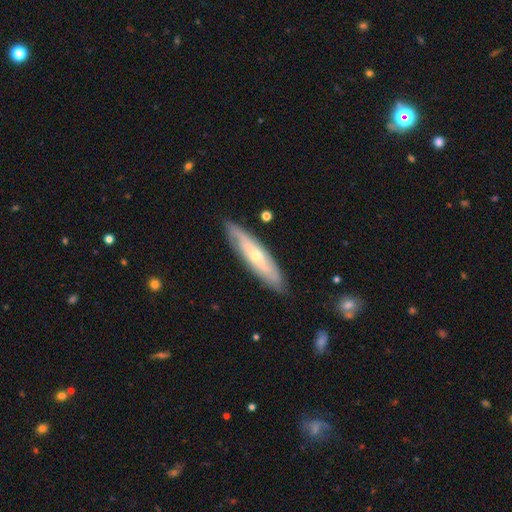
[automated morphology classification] The model was most divided on "edge-on disk": yes: 52%, no: 48%. More confident: merging — none (84%); smooth or featured — featured or disk (61%).